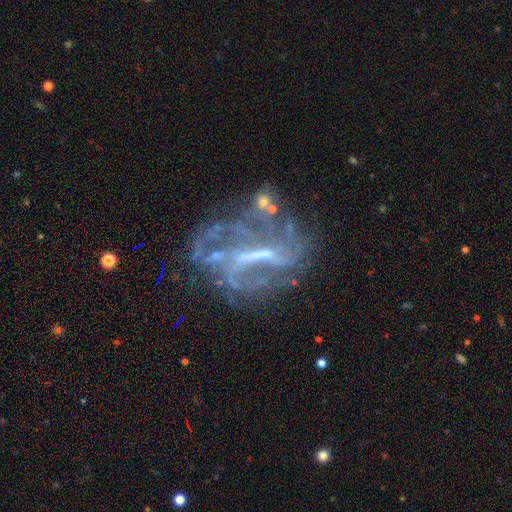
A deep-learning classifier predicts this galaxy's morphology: A featured or disk galaxy (81%) with a strong bar (48%), loose (42%) spiral arms (68%) and no central bulge (41%). Merging: none (43%).